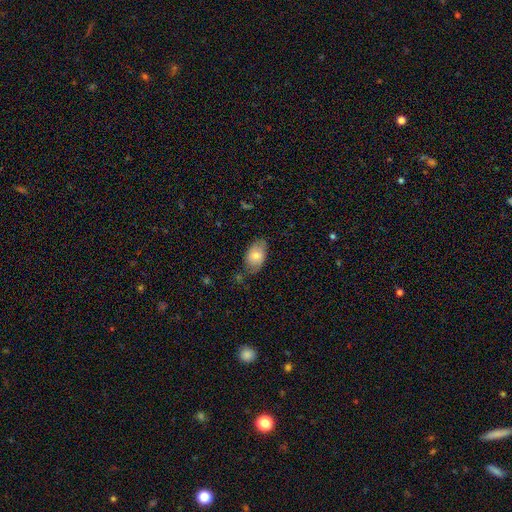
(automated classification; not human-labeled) Smooth or featured: smooth — 67% (featured or disk — 25%)
How rounded: in between — 91% (round — 8%)
Merging: none — 62% (minor disturbance — 27%)